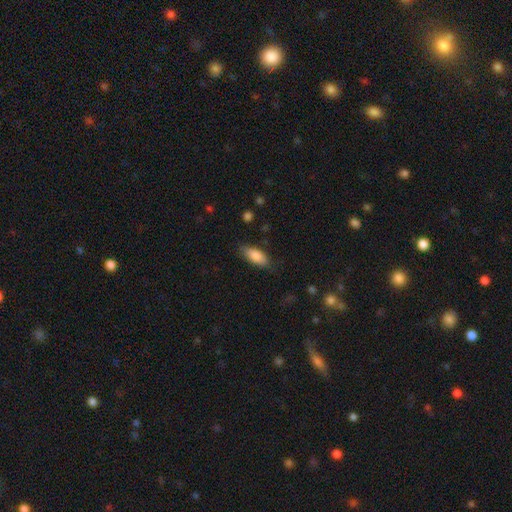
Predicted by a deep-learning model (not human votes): A smooth galaxy with no disk features (84%) that is in between round and cigar-shaped (81%).

Vote fractions:
- Smooth or featured? smooth: 84% / featured or disk: 10% / star or artifact: 6%
- How rounded? in between: 81% / cigar-shaped: 17% / round: 2%
- Merging? none: 79% / minor disturbance: 16% / major disturbance: 4% / merger: 1%